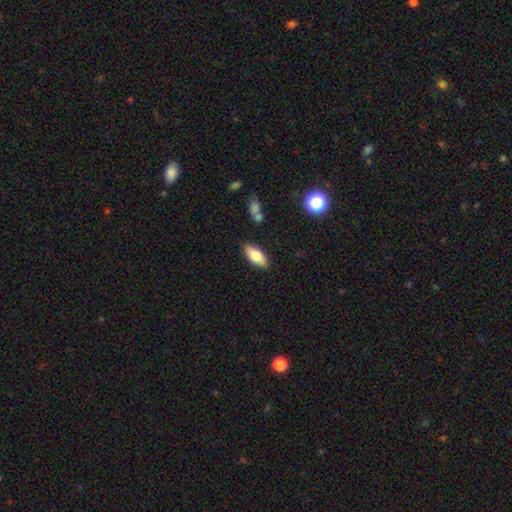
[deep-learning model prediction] This is likely a smooth galaxy (72%). How rounded: clearly in between (81%). Merging: clearly none (86%).